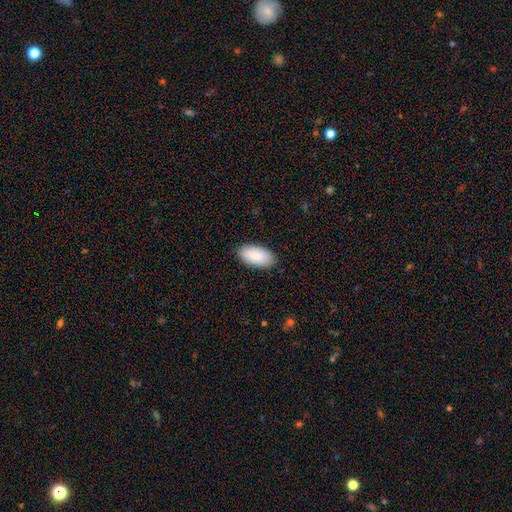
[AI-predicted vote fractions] A smooth galaxy with no disk features (88%) that is in between round and cigar-shaped (94%).

Vote fractions:
- Smooth or featured? smooth: 88% / featured or disk: 7% / star or artifact: 6%
- How rounded? in between: 94% / cigar-shaped: 4% / round: 2%
- Merging? none: 87% / minor disturbance: 10% / major disturbance: 2% / merger: 1%